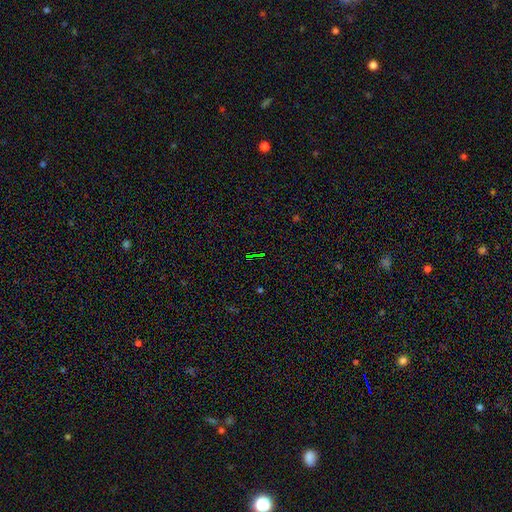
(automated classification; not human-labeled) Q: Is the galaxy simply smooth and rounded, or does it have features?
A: star or artifact — 73%.